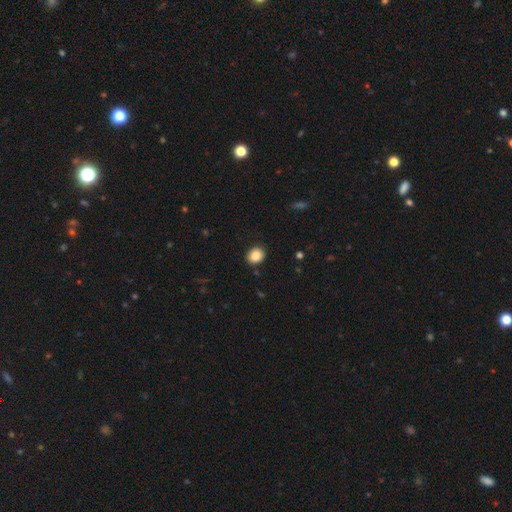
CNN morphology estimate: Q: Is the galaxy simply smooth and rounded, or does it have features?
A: smooth — 88%.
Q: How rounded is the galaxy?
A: round — 60%.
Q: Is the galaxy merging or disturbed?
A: none — 90%.